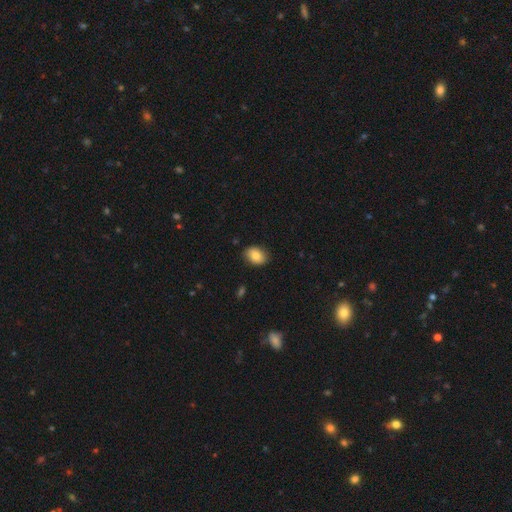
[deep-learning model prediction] This appears to be a smooth galaxy with no disk features (83%) that is in between round and cigar-shaped (75%). Merging: none (87%).